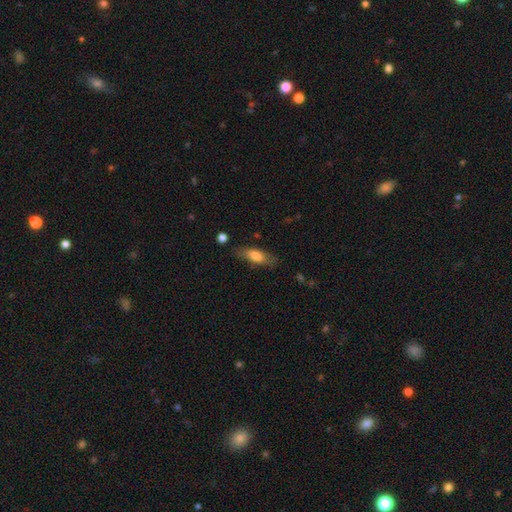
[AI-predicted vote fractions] Smooth or featured: smooth — 73% (featured or disk — 20%)
How rounded: in between — 61% (cigar-shaped — 37%)
Merging: none — 75% (minor disturbance — 17%)